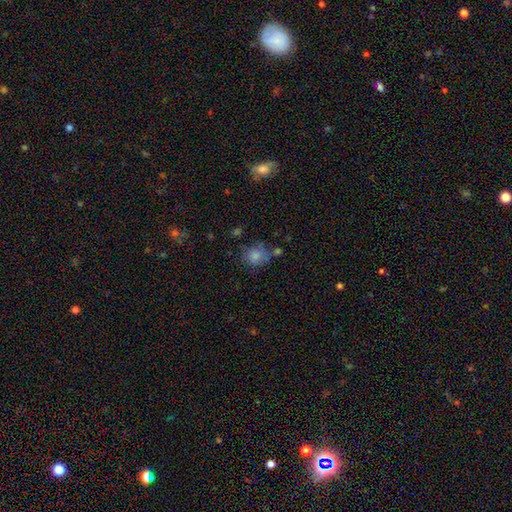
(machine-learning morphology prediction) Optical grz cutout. It shows a smooth galaxy with no disk features (79%) that is round (75%). Merging: none (56%).